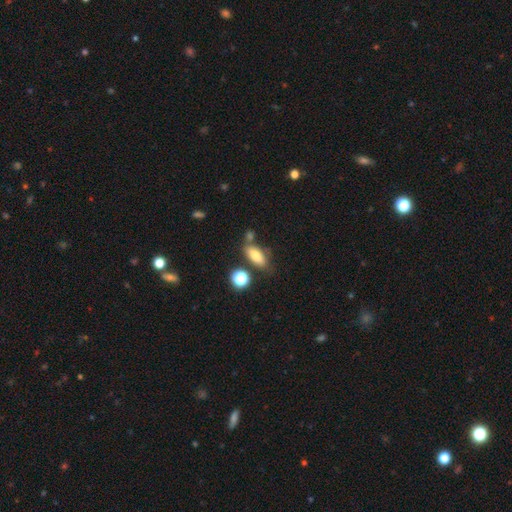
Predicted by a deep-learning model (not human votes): Smooth or featured? Predicted: smooth (p=0.76). How rounded? Predicted: in between (p=0.78). Merging? Predicted: none (p=0.64).